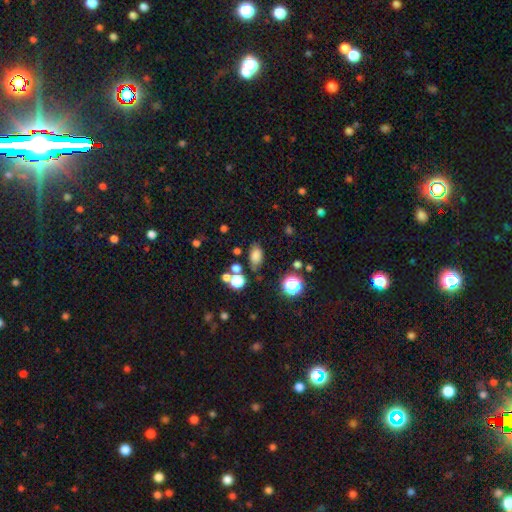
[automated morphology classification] type=smooth (76%); roundness=in between (82%); merging=none (66%).